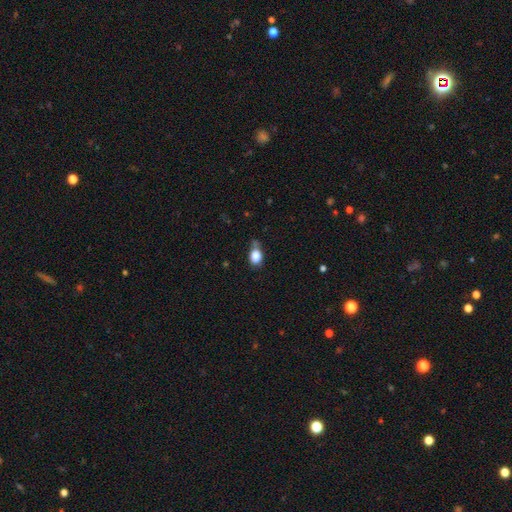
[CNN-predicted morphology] This appears to be a smooth galaxy with no disk features (84%) that is in between round and cigar-shaped (70%). Merging: none (55%).